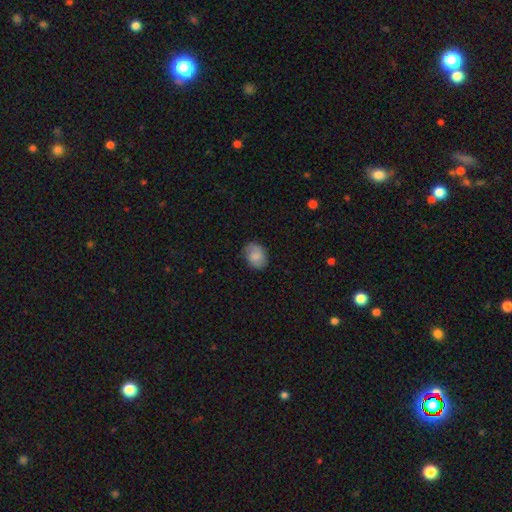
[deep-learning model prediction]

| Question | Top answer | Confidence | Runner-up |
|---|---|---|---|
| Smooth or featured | smooth | 77% | featured or disk (16%) |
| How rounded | in between | 71% | round (28%) |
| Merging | none | 77% | minor disturbance (18%) |